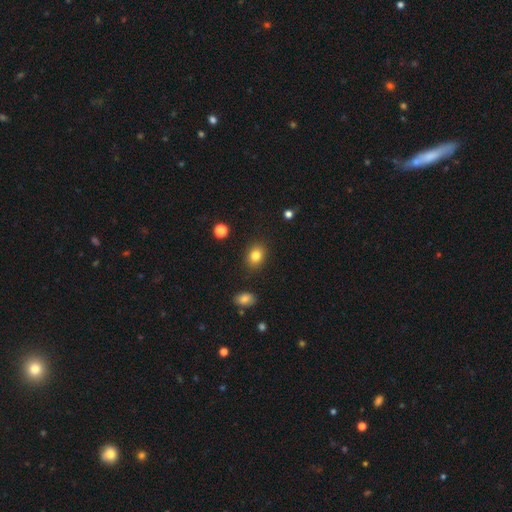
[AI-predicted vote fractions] smooth_or_featured: smooth (p=0.83) [alt: star or artifact p=0.10]
how_rounded: in between (p=0.57) [alt: round p=0.42]
merging: none (p=0.88) [alt: minor disturbance p=0.08]